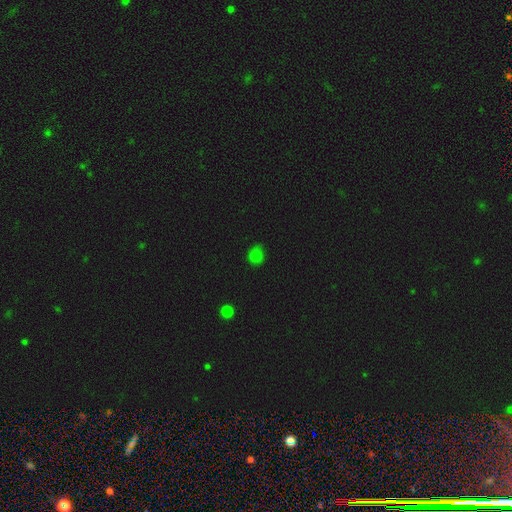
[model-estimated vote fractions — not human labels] Smooth or featured?
  - smooth: 75% *
  - star or artifact: 22%
  - featured or disk: 4%
How rounded?
  - round: 74% *
  - in between: 25%
  - cigar-shaped: 1%
Merging?
  - none: 78% *
  - minor disturbance: 17%
  - major disturbance: 4%
  - merger: 2%